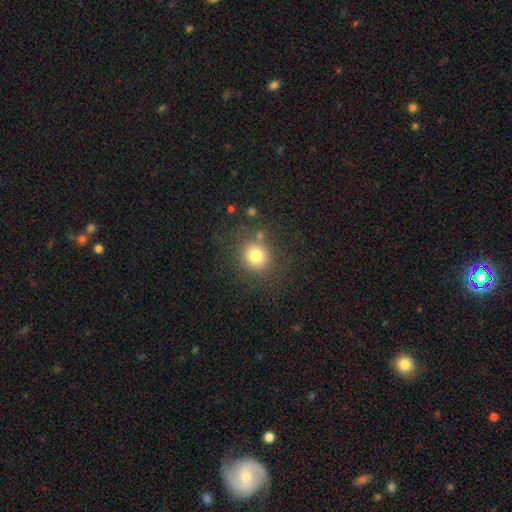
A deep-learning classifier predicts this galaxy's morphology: This appears to be a smooth galaxy with no disk features (79%) that is round (85%). Merging: none (80%).